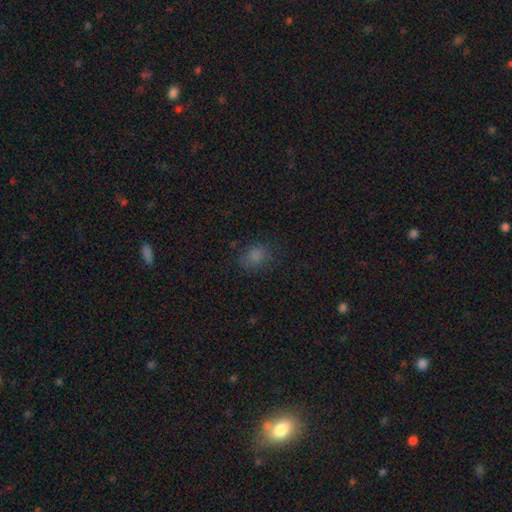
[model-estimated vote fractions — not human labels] This appears to be a smooth galaxy with no disk features (77%) that is round (58%). Merging: none (74%).